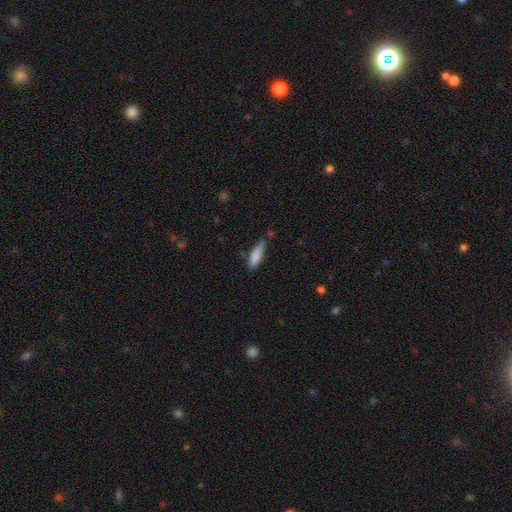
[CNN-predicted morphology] A smooth galaxy with no disk features (84%) that is cigar-shaped (65%).

Vote fractions:
- Smooth or featured? smooth: 84% / featured or disk: 10% / star or artifact: 6%
- How rounded? cigar-shaped: 65% / in between: 33% / round: 1%
- Merging? none: 64% / minor disturbance: 27% / major disturbance: 5% / merger: 4%